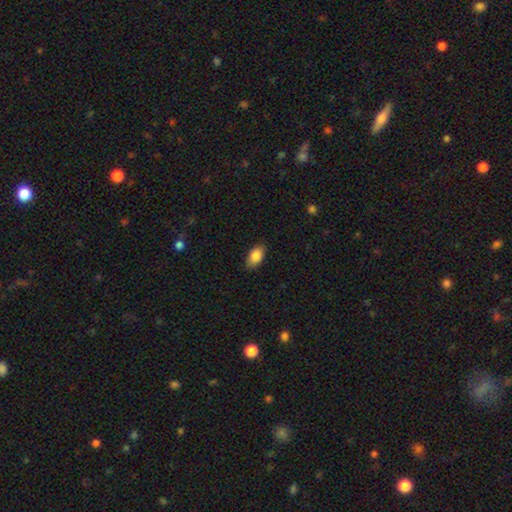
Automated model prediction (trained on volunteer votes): Overall: smooth (86%). How rounded: in between (92%). Merging: none (86%).